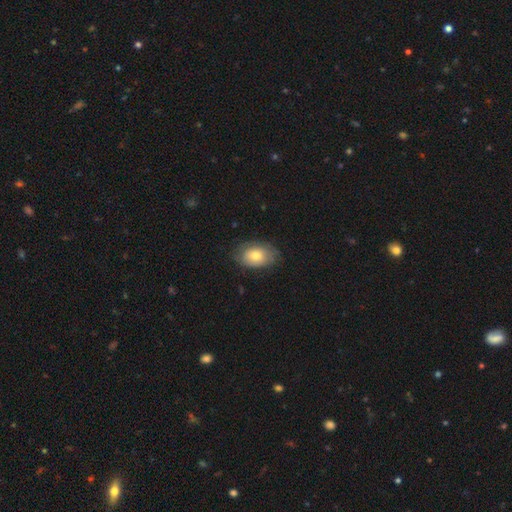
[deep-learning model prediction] Smooth or featured? Predicted: smooth (p=0.72). How rounded? Predicted: in between (p=0.84). Merging? Predicted: none (p=0.74).